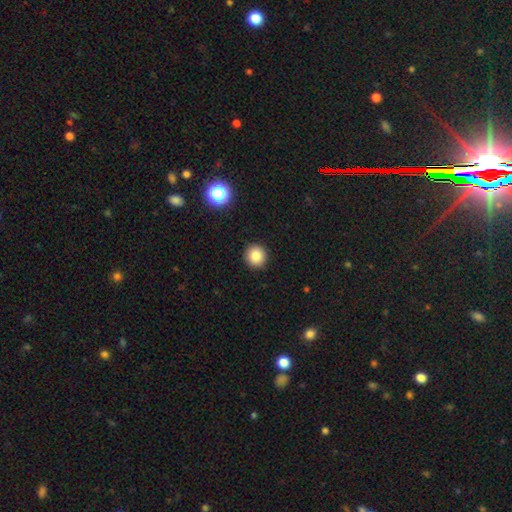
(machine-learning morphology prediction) Overall: smooth (83%). How rounded: round (94%). Merging: none (93%).